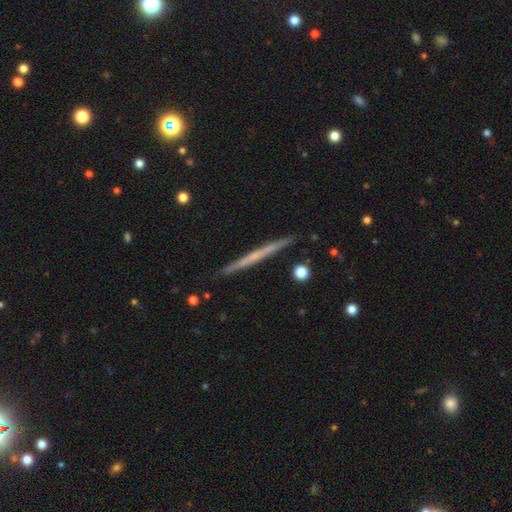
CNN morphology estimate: type=featured or disk (59%); edge-on=yes (98%); edge-on bulge=none (84%); merging=none (92%).